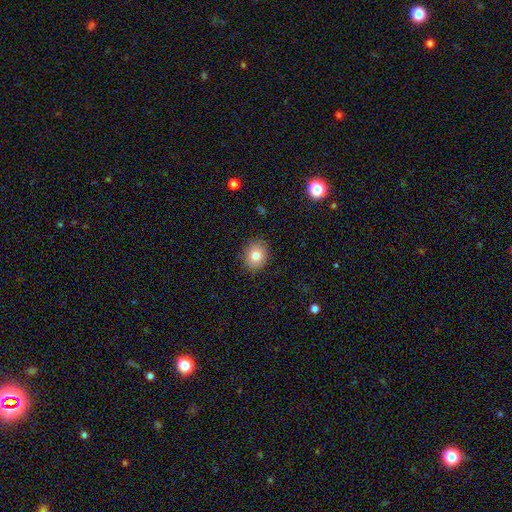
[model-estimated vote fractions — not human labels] This is clearly a smooth galaxy (81%). How rounded: possibly round (59%). Merging: clearly none (87%).